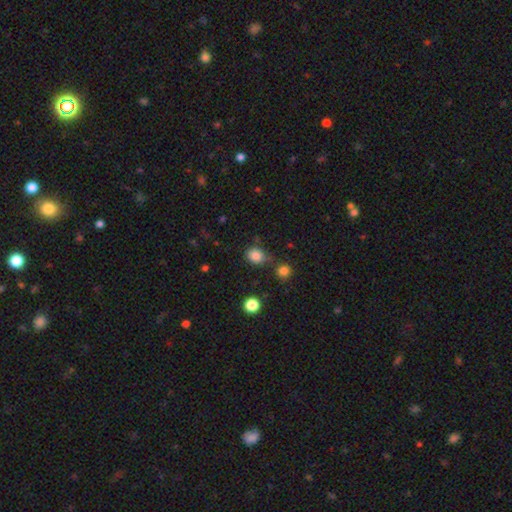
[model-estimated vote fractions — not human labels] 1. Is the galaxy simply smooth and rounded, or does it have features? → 83% smooth, 12% star or artifact, 5% featured or disk.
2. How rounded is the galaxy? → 66% round, 33% in between, 1% cigar-shaped.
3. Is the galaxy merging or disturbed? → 67% none, 18% minor disturbance, 10% merger, 5% major disturbance.